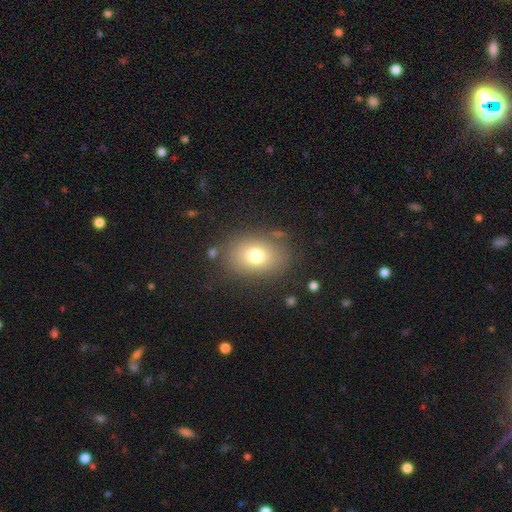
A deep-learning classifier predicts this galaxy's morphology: smooth-or-featured: smooth: 74% | featured or disk: 14% | star or artifact: 12%
  how-rounded: in between: 69% | round: 29% | cigar-shaped: 1%
  merging: none: 79% | minor disturbance: 13% | major disturbance: 5% | merger: 3%